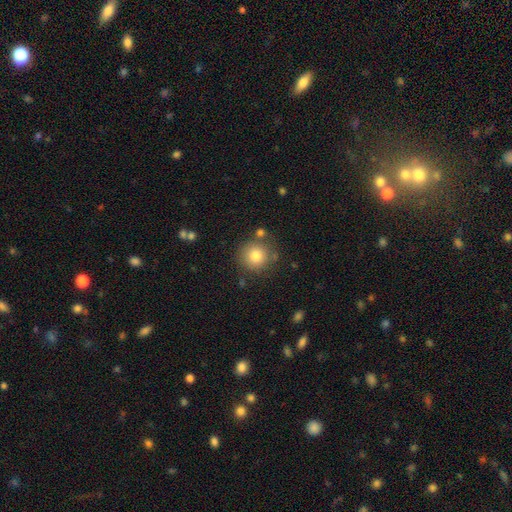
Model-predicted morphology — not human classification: Smooth or featured: smooth — 80% (star or artifact — 11%)
How rounded: round — 93% (in between — 6%)
Merging: none — 79% (minor disturbance — 10%)